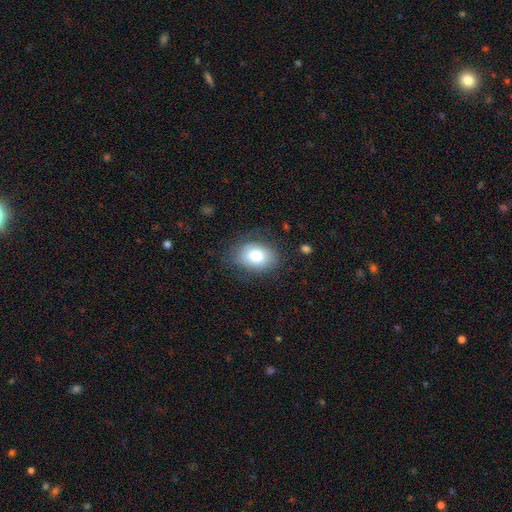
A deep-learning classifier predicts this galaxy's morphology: Overall: smooth (78%). How rounded: in between (77%). Merging: none (73%).